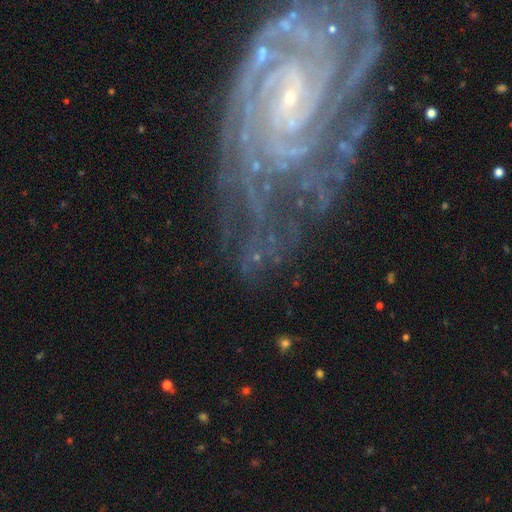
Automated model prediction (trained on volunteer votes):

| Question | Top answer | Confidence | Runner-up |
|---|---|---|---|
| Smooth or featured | featured or disk | 69% | star or artifact (20%) |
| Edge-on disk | no | 95% | yes (5%) |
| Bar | no | 52% | weak (28%) |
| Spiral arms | yes | 83% | no (17%) |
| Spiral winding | tight | 59% | medium (28%) |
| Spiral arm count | can't tell | 32% | 2 (19%) |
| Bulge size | small | 56% | moderate (20%) |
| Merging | none | 61% | major disturbance (18%) |